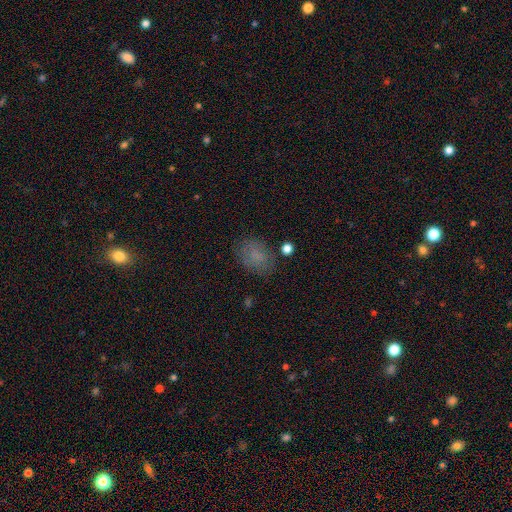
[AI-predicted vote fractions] This appears to be a smooth galaxy with no disk features (74%) that is in between round and cigar-shaped (65%). Merging: none (73%).